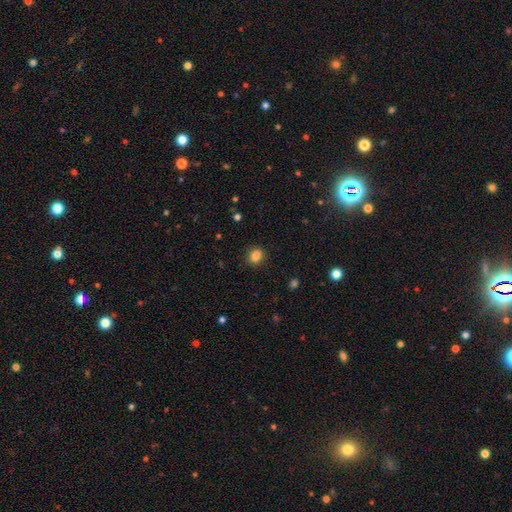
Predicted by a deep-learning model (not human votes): Overall: smooth (85%). How rounded: round (58%; in between 41%). Merging: none (87%).